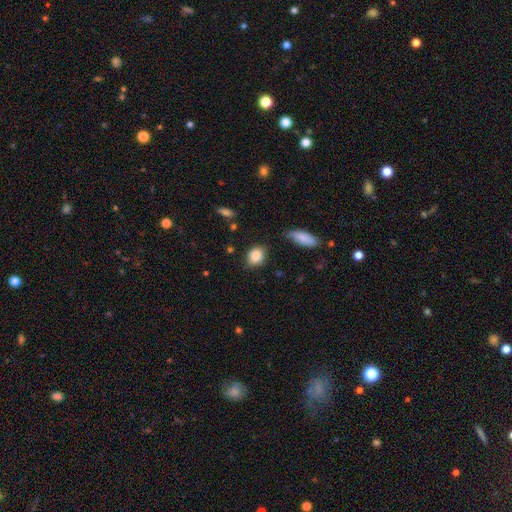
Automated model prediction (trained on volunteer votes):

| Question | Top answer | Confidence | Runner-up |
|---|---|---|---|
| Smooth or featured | smooth | 85% | star or artifact (8%) |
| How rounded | in between | 49% | tied: round (49%) |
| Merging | none | 75% | minor disturbance (19%) |